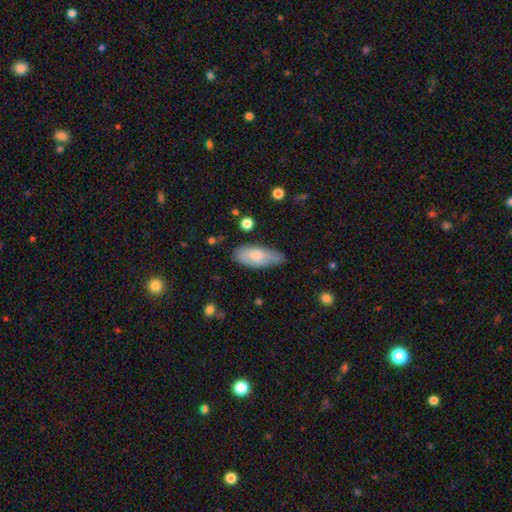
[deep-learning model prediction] Smooth or featured? smooth (71%)
How rounded? in between (81%)
Merging? none (61%)